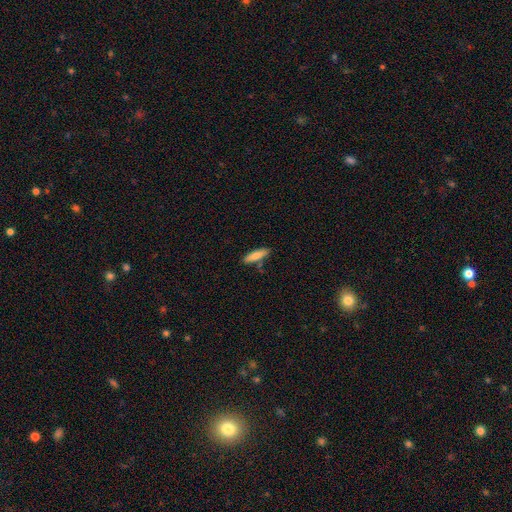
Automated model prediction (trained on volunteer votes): A smooth galaxy with no disk features (82%) that is cigar-shaped (70%). Merging: none (79%).